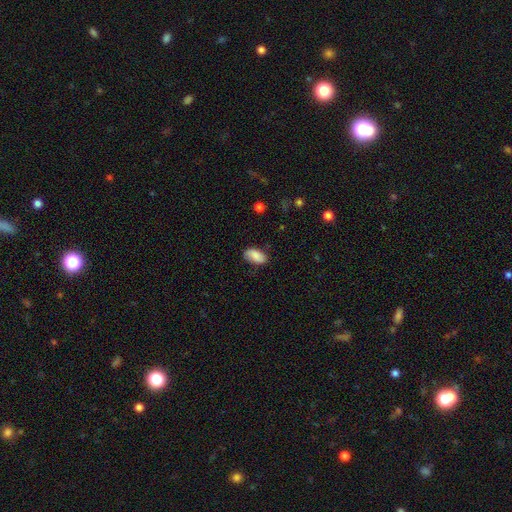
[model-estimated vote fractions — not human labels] Smooth or featured? smooth (82%)
How rounded? in between (94%)
Merging? none (78%)